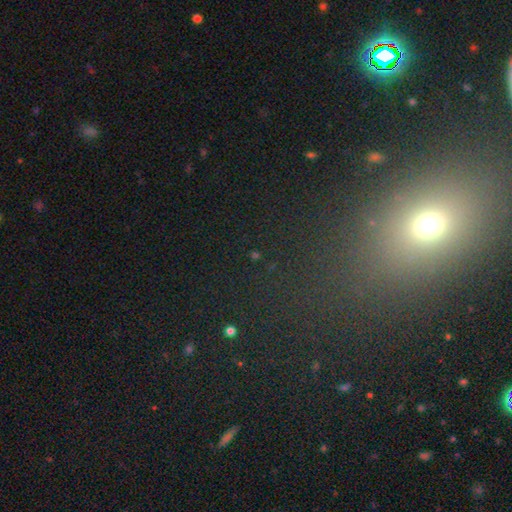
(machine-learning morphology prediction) smooth-or-featured: star or artifact: 70% | smooth: 20% | featured or disk: 10%